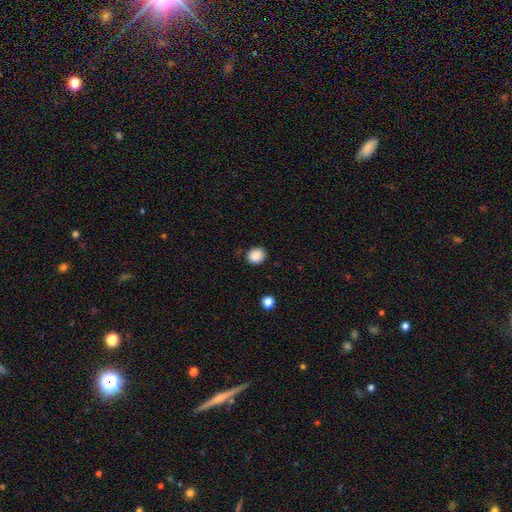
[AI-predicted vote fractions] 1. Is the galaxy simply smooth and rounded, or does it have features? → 88% smooth, 9% star or artifact, 3% featured or disk.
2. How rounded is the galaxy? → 73% round, 26% in between, 1% cigar-shaped.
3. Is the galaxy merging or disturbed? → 86% none, 10% minor disturbance, 3% major disturbance, 1% merger.